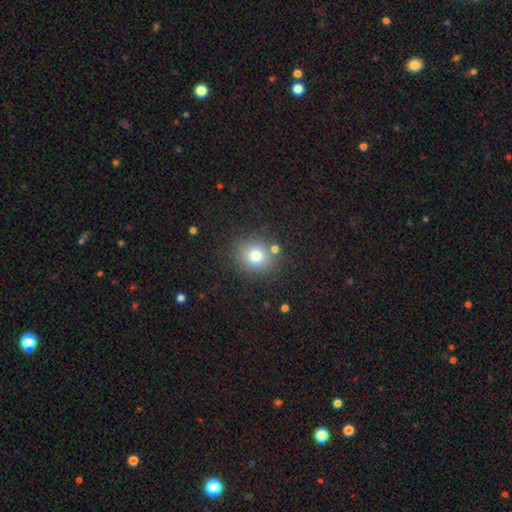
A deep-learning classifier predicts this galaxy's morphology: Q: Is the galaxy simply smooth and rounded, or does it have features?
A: smooth — 75%.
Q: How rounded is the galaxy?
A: round — 83%.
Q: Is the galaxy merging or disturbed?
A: none — 80%.